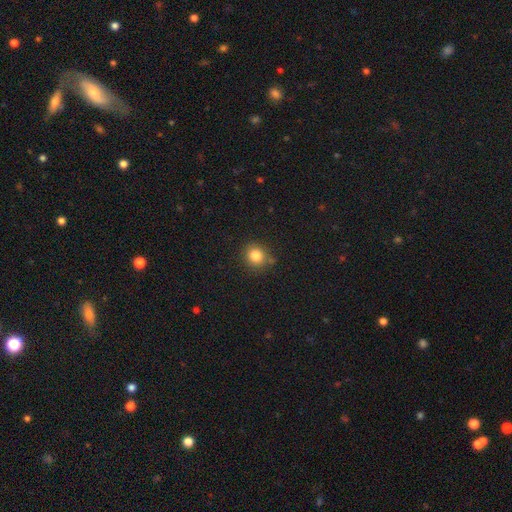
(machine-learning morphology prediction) smooth-or-featured: smooth: 84% | star or artifact: 11% | featured or disk: 5%
  how-rounded: round: 83% | in between: 16% | cigar-shaped: 1%
  merging: none: 80% | minor disturbance: 13% | merger: 3% | major disturbance: 3%